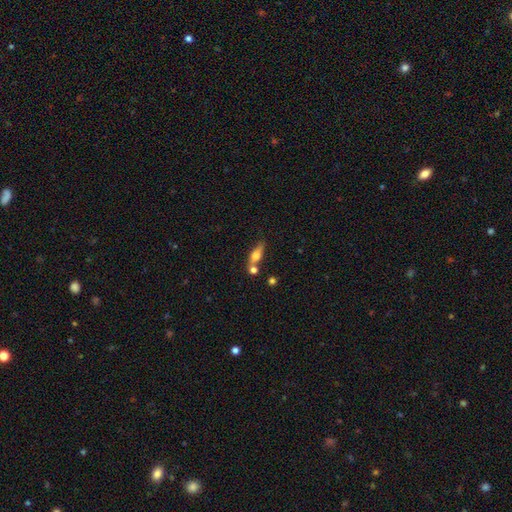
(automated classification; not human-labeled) smooth-or-featured: smooth: 66% | featured or disk: 25% | star or artifact: 9%
  how-rounded: in between: 63% | cigar-shaped: 27% | round: 9%
  merging: none: 51% | merger: 24% | minor disturbance: 18% | major disturbance: 7%